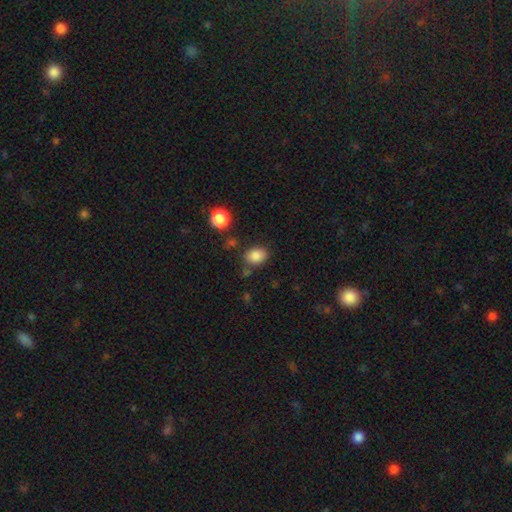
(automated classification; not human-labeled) Overall: smooth (85%). How rounded: in between (65%; round 34%). Merging: none (77%).